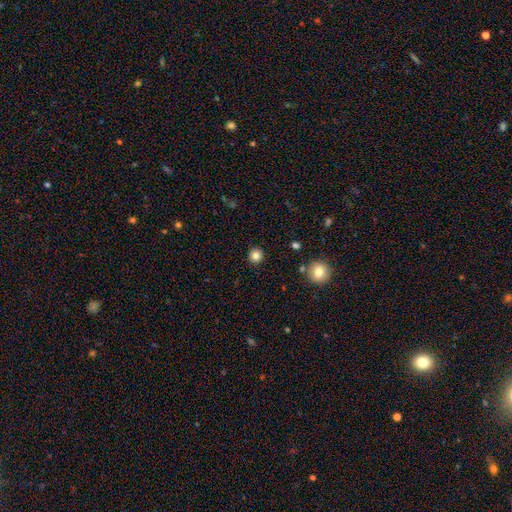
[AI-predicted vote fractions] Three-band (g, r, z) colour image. It shows a smooth galaxy with no disk features (83%) that is round (94%). Merging: none (91%).